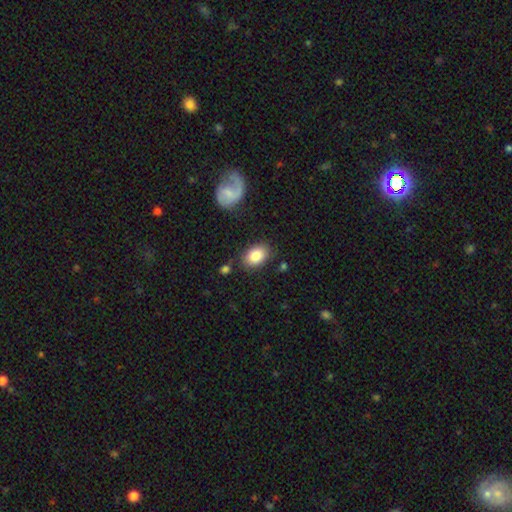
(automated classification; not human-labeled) The model was most divided on "how rounded": in between: 82%, round: 17%, cigar-shaped: 1%. More confident: smooth or featured — smooth (84%); merging — none (79%).